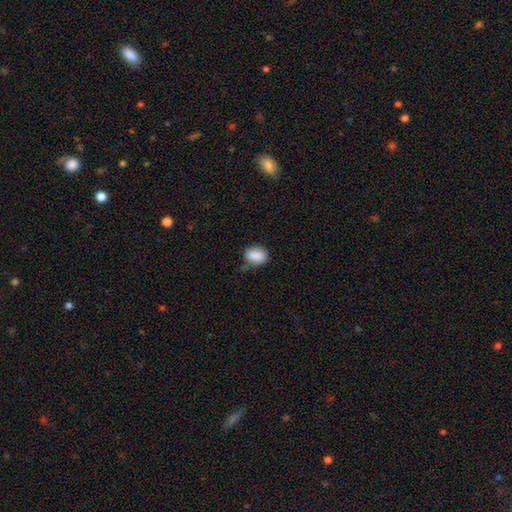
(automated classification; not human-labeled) Overall: smooth (87%). How rounded: in between (70%). Merging: none (66%).